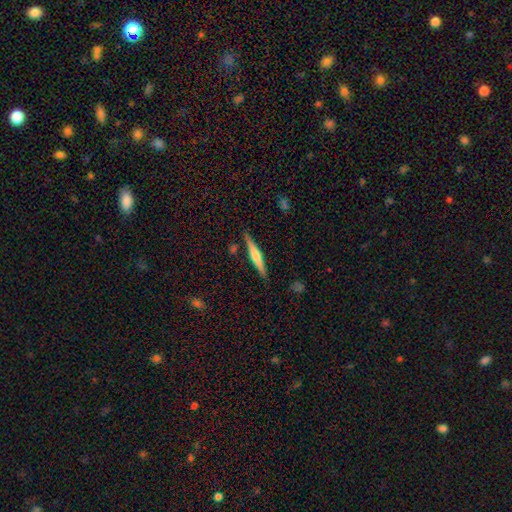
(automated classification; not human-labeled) Smooth or featured? featured or disk (49%)
Merging? none (87%)